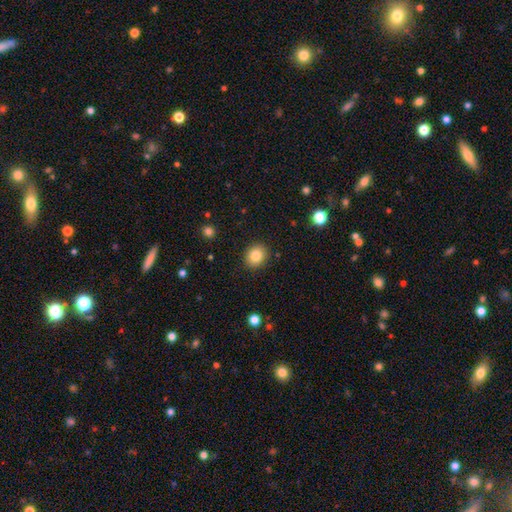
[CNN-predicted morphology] This appears to be a smooth galaxy with no disk features (84%) that is round (69%). Merging: none (89%).